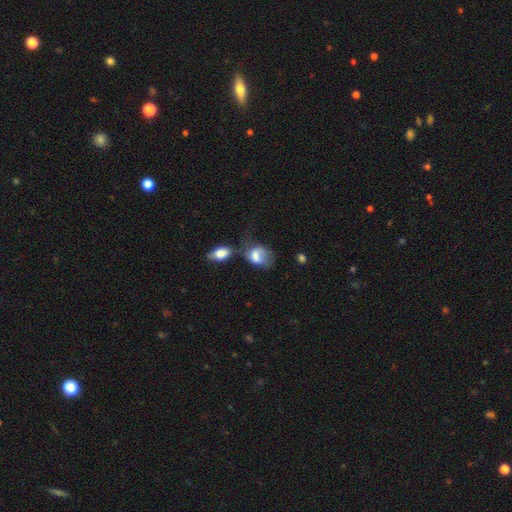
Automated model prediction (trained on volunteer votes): This appears to be a smooth galaxy with no disk features (66%) that is in between round and cigar-shaped (73%). Merging: none (27%).